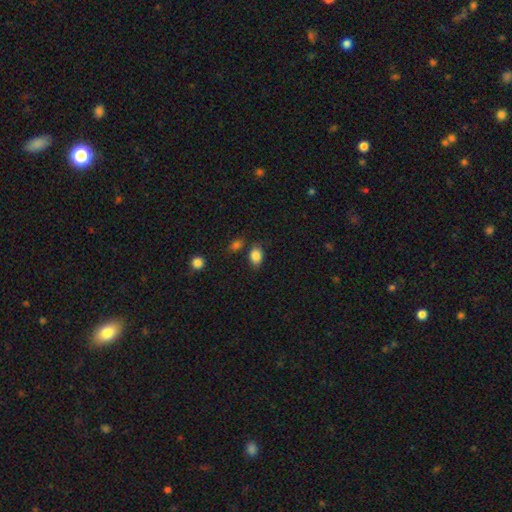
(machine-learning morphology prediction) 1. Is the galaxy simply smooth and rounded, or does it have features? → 86% smooth, 9% star or artifact, 5% featured or disk.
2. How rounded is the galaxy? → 79% in between, 20% round, 1% cigar-shaped.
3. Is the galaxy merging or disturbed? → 74% none, 15% minor disturbance, 7% merger, 4% major disturbance.